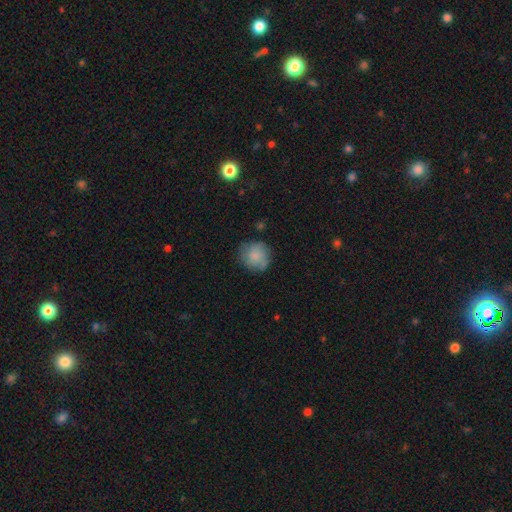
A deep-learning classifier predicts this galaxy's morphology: A smooth galaxy with no disk features (76%) that is round (88%).

Vote fractions:
- Smooth or featured? smooth: 76% / featured or disk: 16% / star or artifact: 8%
- How rounded? round: 88% / in between: 11% / cigar-shaped: 1%
- Merging? none: 72% / minor disturbance: 20% / major disturbance: 6% / merger: 2%